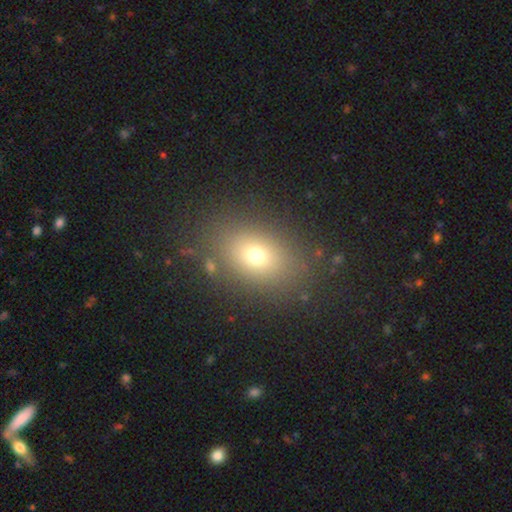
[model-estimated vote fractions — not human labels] Smooth or featured?
  - smooth: 71% *
  - star or artifact: 16%
  - featured or disk: 13%
How rounded?
  - in between: 72% *
  - round: 27%
  - cigar-shaped: 2%
Merging?
  - none: 85% *
  - minor disturbance: 9%
  - major disturbance: 4%
  - merger: 2%